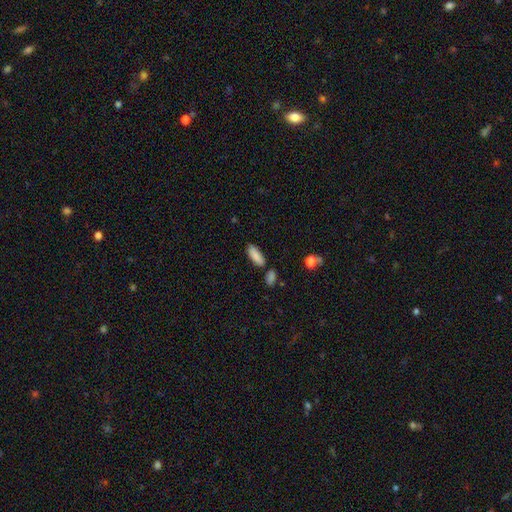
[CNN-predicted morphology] Overall: smooth (87%). How rounded: in between (61%; cigar-shaped 37%). Merging: none (78%).